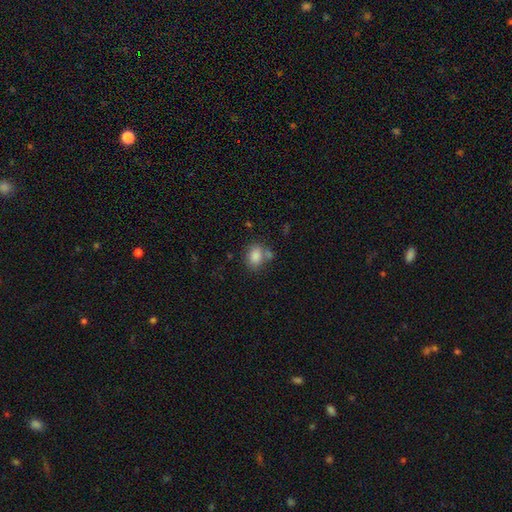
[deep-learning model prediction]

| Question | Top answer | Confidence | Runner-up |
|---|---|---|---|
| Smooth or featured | smooth | 83% | star or artifact (10%) |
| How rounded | in between | 59% | round (40%) |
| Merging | none | 57% | merger (21%) |